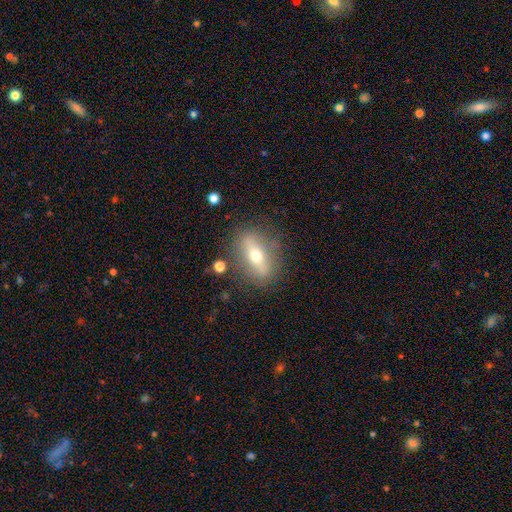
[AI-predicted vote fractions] This is possibly a featured or disk galaxy (53%). It is possibly viewed edge-on (55%). Merging: clearly none (80%).